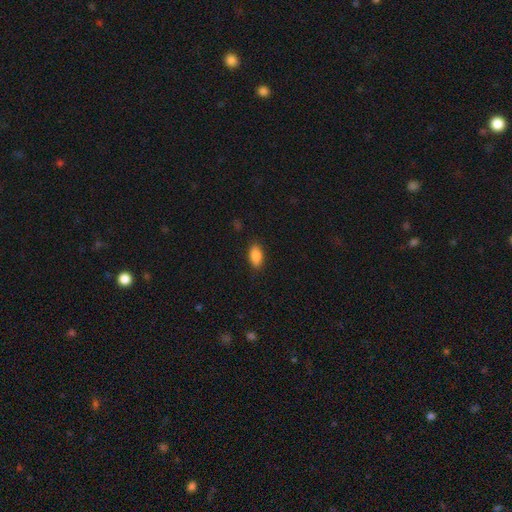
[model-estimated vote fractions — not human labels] This appears to be a smooth galaxy with no disk features (87%) that is in between round and cigar-shaped (90%). Merging: none (86%).